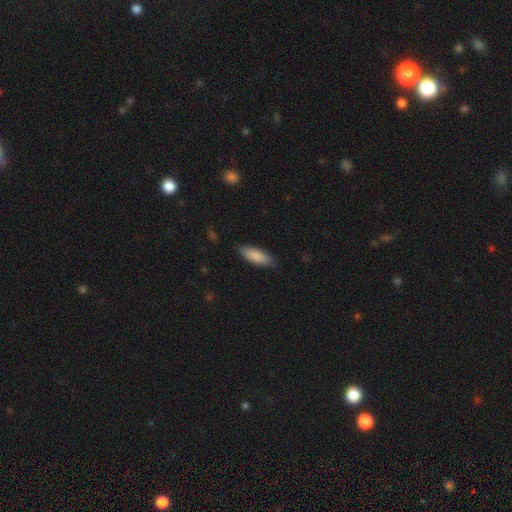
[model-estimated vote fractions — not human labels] smooth-or-featured: smooth: 88% | featured or disk: 6% | star or artifact: 5%
  how-rounded: in between: 69% | cigar-shaped: 29% | round: 2%
  merging: none: 86% | minor disturbance: 11% | major disturbance: 2% | merger: 1%